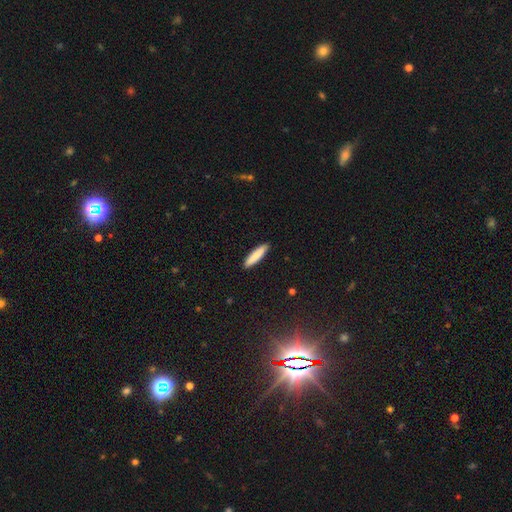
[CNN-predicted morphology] Smooth or featured? Predicted: smooth (p=0.84). How rounded? Predicted: cigar-shaped (p=0.84). Merging? Predicted: none (p=0.91).